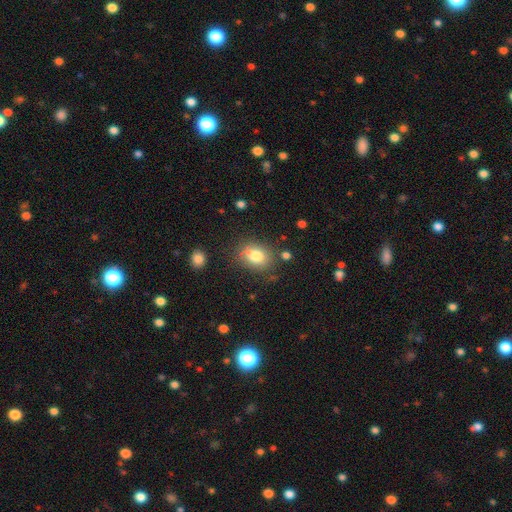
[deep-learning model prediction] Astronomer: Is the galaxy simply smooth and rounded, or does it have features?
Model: smooth — 78%.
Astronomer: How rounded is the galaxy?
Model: in between — 63%.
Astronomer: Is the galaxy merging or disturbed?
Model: none — 72%.